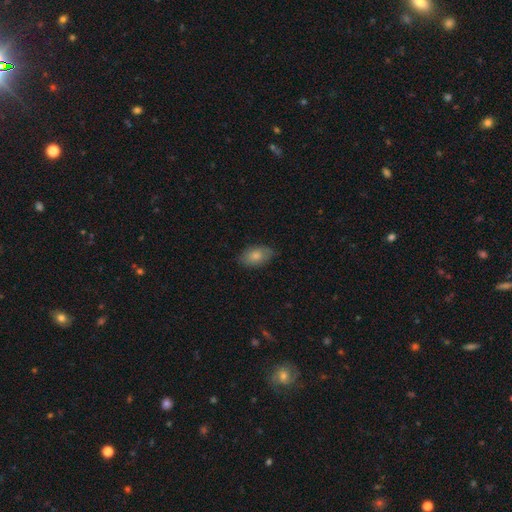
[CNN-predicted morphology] A smooth galaxy with no disk features (81%) that is in between round and cigar-shaped (91%). Merging: none (78%).